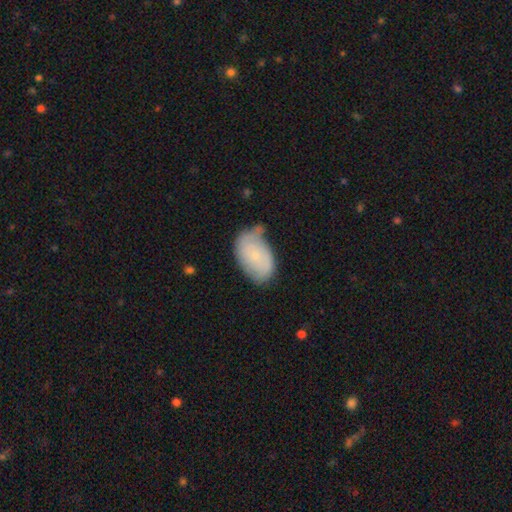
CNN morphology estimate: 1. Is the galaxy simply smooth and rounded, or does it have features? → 62% smooth, 31% featured or disk, 7% star or artifact.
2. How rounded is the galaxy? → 91% in between, 7% round, 1% cigar-shaped.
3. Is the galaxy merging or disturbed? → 49% none, 33% minor disturbance, 10% major disturbance, 8% merger.